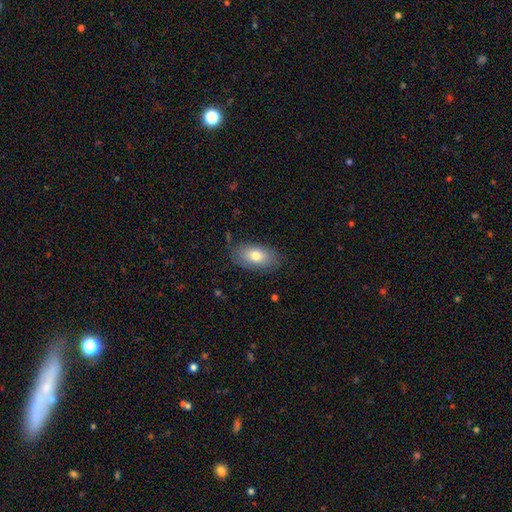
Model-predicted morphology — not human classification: Smooth or featured: smooth — 75% (featured or disk — 18%)
How rounded: in between — 92% (round — 6%)
Merging: none — 76% (minor disturbance — 18%)